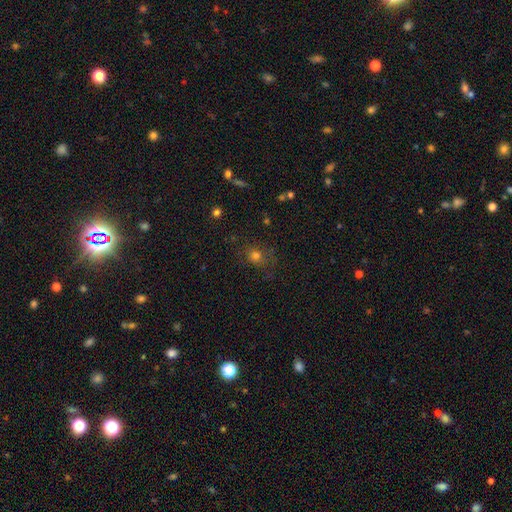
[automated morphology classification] Smooth or featured? smooth (70%)
How rounded? round (70%)
Merging? none (66%)